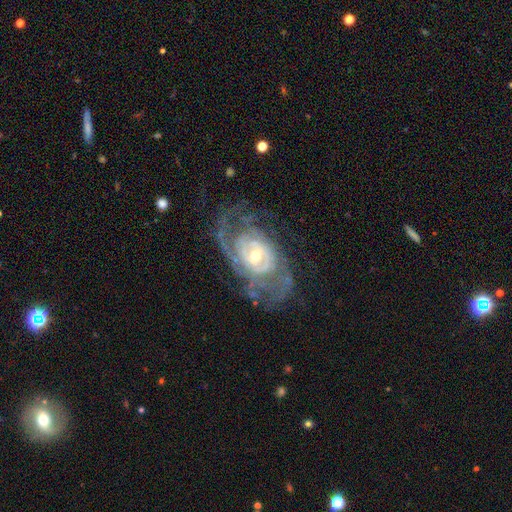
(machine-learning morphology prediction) Q: Smooth or featured?
A: featured or disk (88%); runner-up: smooth (7%)
Q: Edge-on disk?
A: no (96%); runner-up: yes (4%)
Q: Bar?
A: no (62%); runner-up: weak (29%)
Q: Spiral arms?
A: yes (92%); runner-up: no (8%)
Q: Spiral winding?
A: tight (60%); runner-up: medium (30%)
Q: Spiral arm count?
A: can't tell (36%); runner-up: 2 (32%)
Q: Bulge size?
A: small (49%); runner-up: moderate (46%)
Q: Merging?
A: none (61%); runner-up: major disturbance (19%)